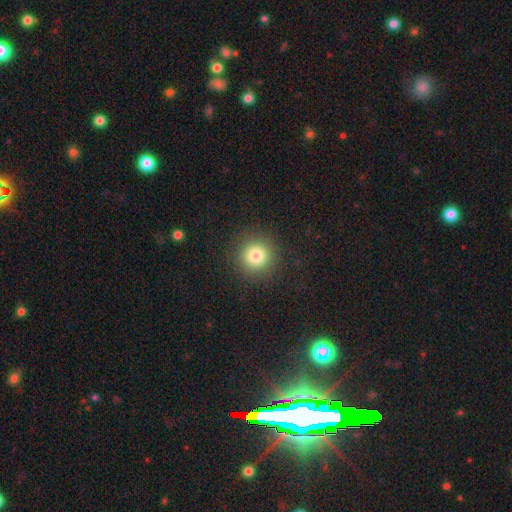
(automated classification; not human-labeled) smooth 80%, star or artifact 13%, featured or disk 7%. Down the decision tree: how rounded — round (94%); merging — none (91%).